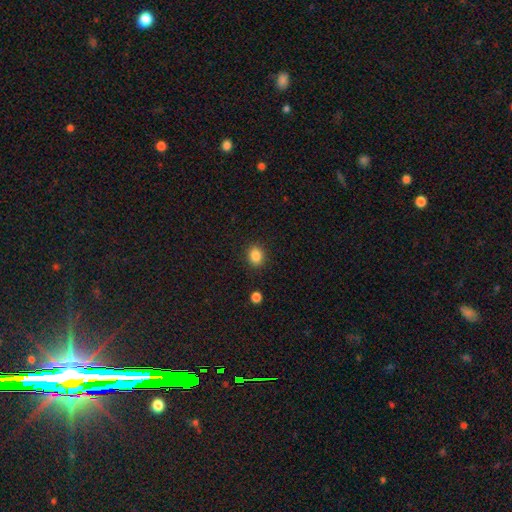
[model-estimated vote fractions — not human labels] Smooth or featured: smooth — 86% (star or artifact — 10%)
How rounded: round — 55% (in between — 44%)
Merging: none — 88% (minor disturbance — 8%)